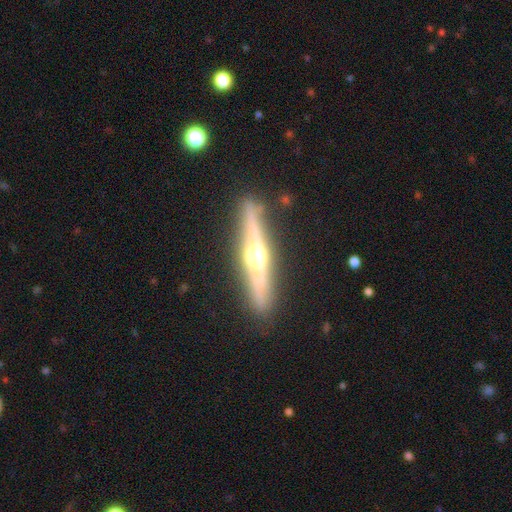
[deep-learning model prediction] Smooth or featured? featured or disk (73%)
Edge-on disk? yes (95%)
Edge-on bulge? rounded (93%)
Merging? none (87%)